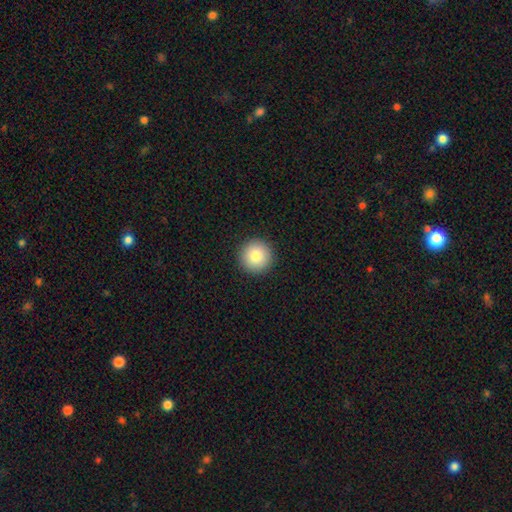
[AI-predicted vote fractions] Overall: smooth (83%). How rounded: round (96%). Merging: none (93%).